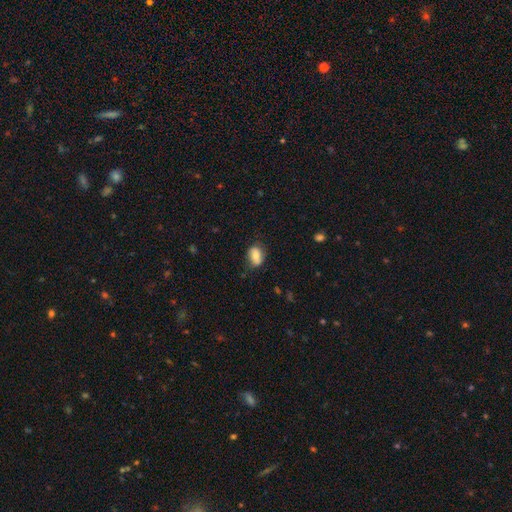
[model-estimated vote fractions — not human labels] smooth-or-featured: smooth: 68% | featured or disk: 23% | star or artifact: 8%
  how-rounded: in between: 73% | round: 25% | cigar-shaped: 2%
  merging: none: 69% | minor disturbance: 22% | major disturbance: 6% | merger: 3%